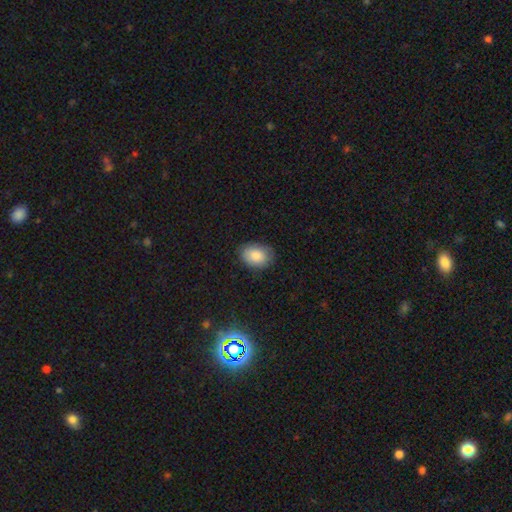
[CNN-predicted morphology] A smooth galaxy with no disk features (86%) that is in between round and cigar-shaped (78%). Merging: none (82%).